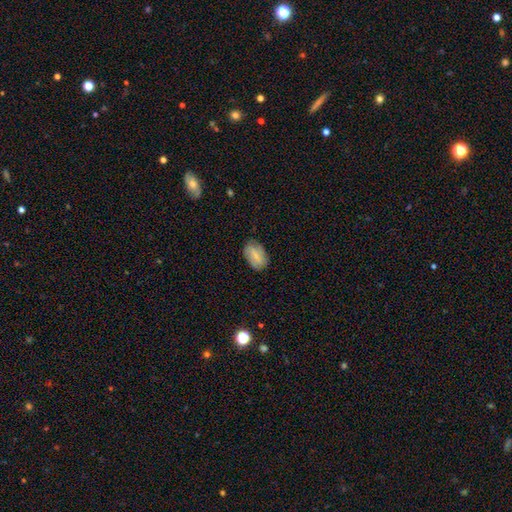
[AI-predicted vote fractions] Smooth or featured? smooth (62%)
How rounded? in between (89%)
Merging? none (78%)